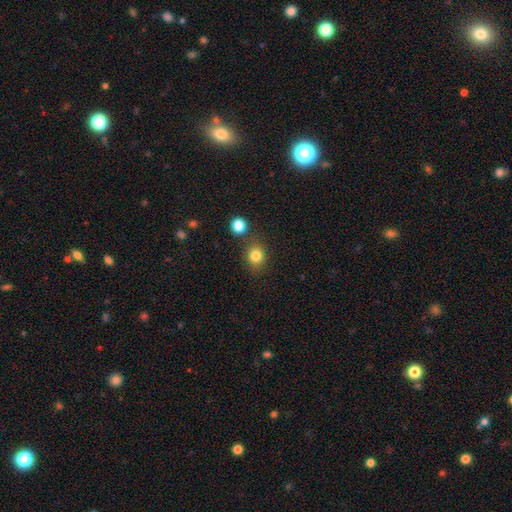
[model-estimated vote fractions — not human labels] This appears to be a smooth galaxy with no disk features (82%) that is round (74%). Merging: none (77%).